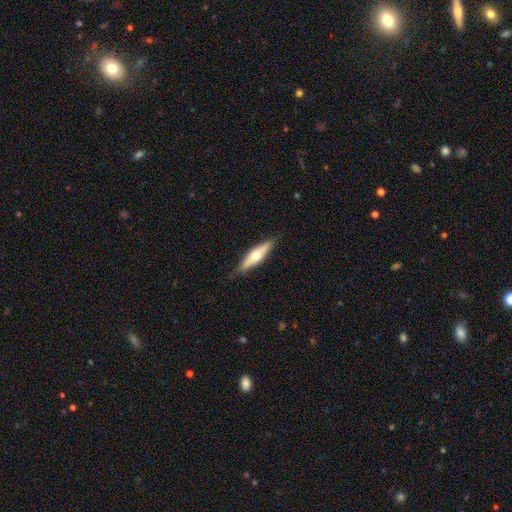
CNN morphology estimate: A featured or disk galaxy (49%).

Vote fractions:
- Smooth or featured? featured or disk: 49% / smooth: 46% / star or artifact: 5%
- Merging? none: 83% / minor disturbance: 13% / major disturbance: 3% / merger: 1%